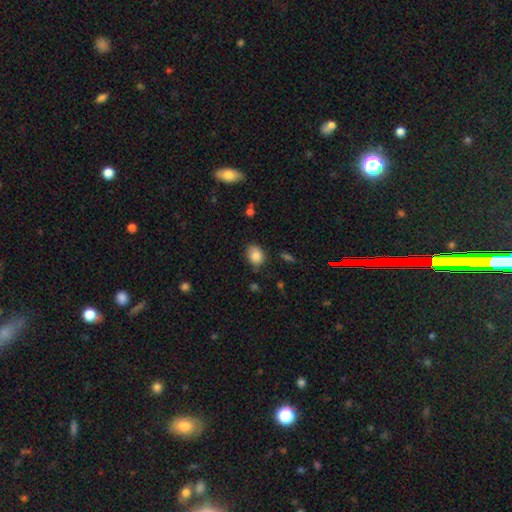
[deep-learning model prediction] Smooth or featured: smooth — 83% (star or artifact — 9%)
How rounded: in between — 61% (round — 38%)
Merging: none — 71% (minor disturbance — 23%)